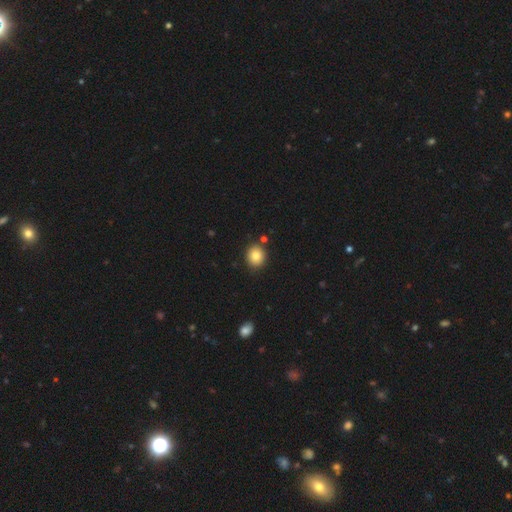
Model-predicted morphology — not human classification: This appears to be a smooth galaxy with no disk features (84%) that is round (78%). Merging: none (86%).